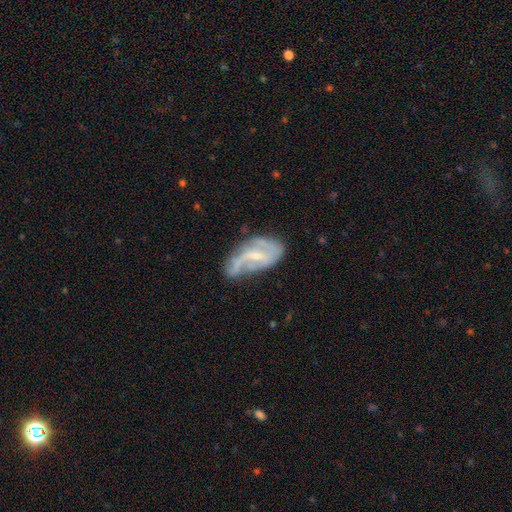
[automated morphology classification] Q: Smooth or featured?
A: featured or disk (78%); runner-up: smooth (15%)
Q: Edge-on disk?
A: no (96%); runner-up: yes (4%)
Q: Bar?
A: weak (51%); runner-up: no (31%)
Q: Spiral arms?
A: yes (86%); runner-up: no (14%)
Q: Spiral winding?
A: loose (41%); runner-up: medium (40%)
Q: Spiral arm count?
A: 2 (61%); runner-up: can't tell (17%)
Q: Bulge size?
A: small (64%); runner-up: moderate (25%)
Q: Merging?
A: none (41%); runner-up: minor disturbance (31%)